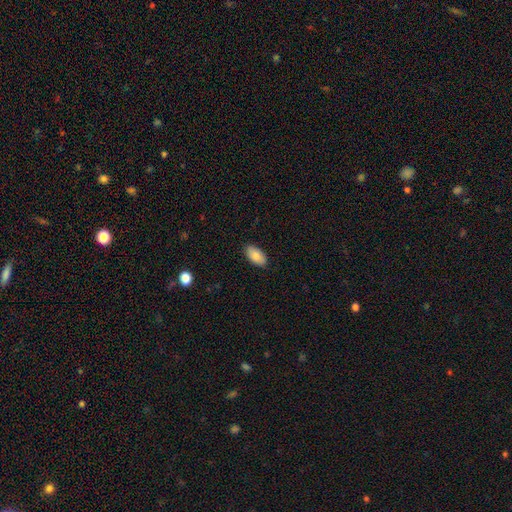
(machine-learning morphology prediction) Q: Smooth or featured?
A: smooth (85%); runner-up: featured or disk (9%)
Q: How rounded?
A: in between (95%); runner-up: round (3%)
Q: Merging?
A: none (88%); runner-up: minor disturbance (9%)